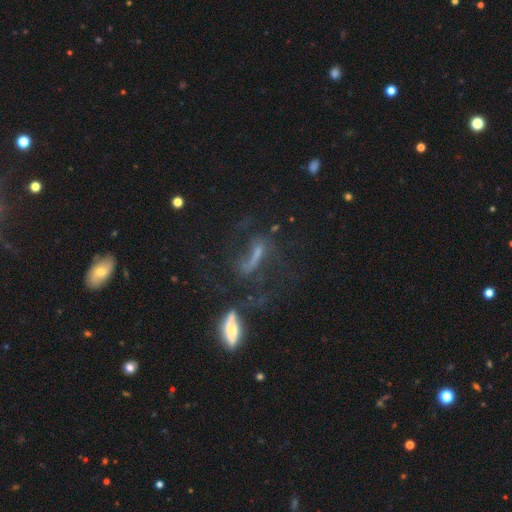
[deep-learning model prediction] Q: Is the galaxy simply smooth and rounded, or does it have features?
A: featured or disk — 52%.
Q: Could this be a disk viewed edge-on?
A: no — 74%.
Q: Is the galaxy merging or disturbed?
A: none — 35%.